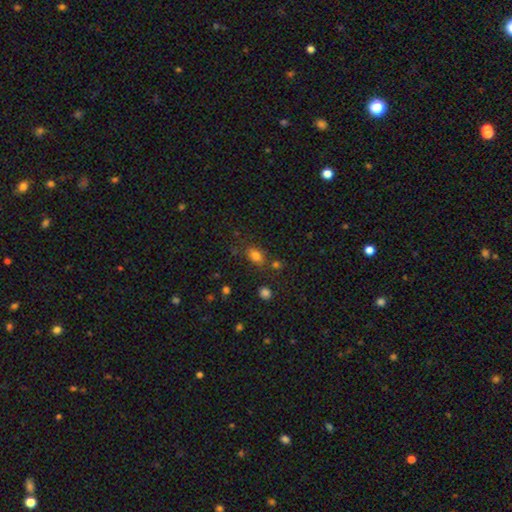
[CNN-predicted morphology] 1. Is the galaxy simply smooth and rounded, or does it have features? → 79% smooth, 13% star or artifact, 7% featured or disk.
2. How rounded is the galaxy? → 72% in between, 26% round, 2% cigar-shaped.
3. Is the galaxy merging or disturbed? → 68% none, 16% minor disturbance, 10% merger, 5% major disturbance.